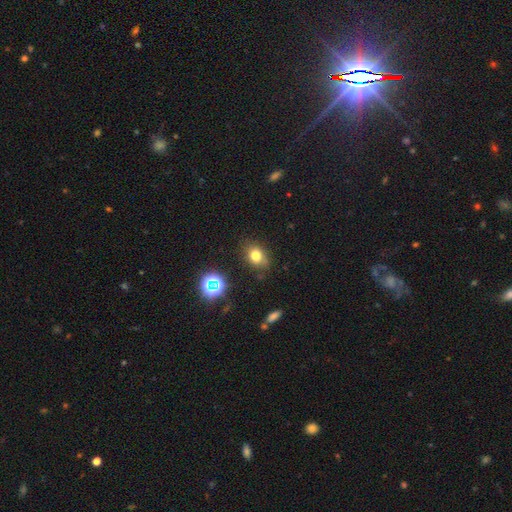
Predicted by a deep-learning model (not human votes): smooth_or_featured: smooth (p=0.74) [alt: star or artifact p=0.16]
how_rounded: in between (p=0.59) [alt: round p=0.40]
merging: none (p=0.79) [alt: minor disturbance p=0.15]